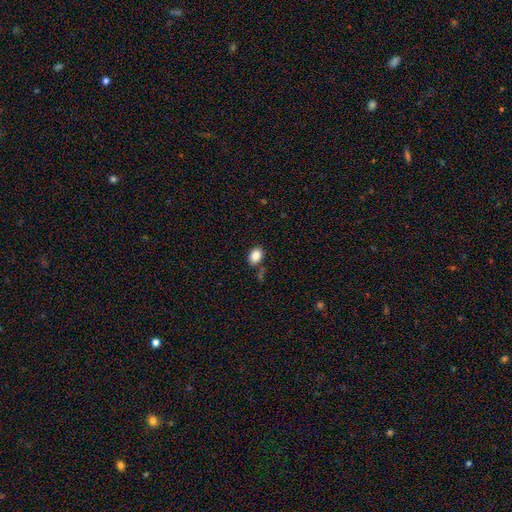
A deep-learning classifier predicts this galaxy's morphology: Smooth or featured? Predicted: smooth (p=0.87). How rounded? Predicted: in between (p=0.77). Merging? Predicted: none (p=0.76).